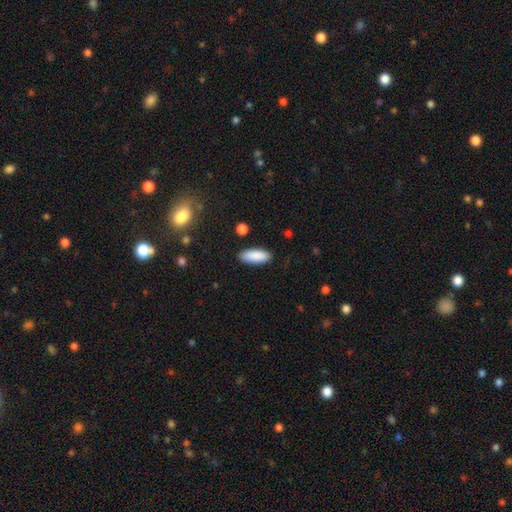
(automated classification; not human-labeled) smooth-or-featured: smooth: 89% | star or artifact: 6% | featured or disk: 5%
  how-rounded: in between: 74% | cigar-shaped: 24% | round: 2%
  merging: none: 88% | minor disturbance: 9% | major disturbance: 2% | merger: 2%